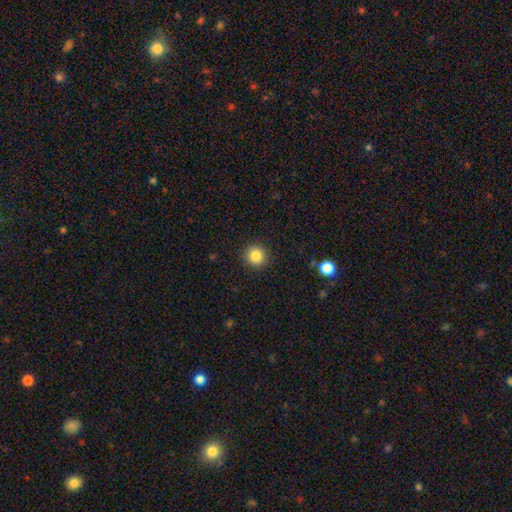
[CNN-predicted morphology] A smooth galaxy with no disk features (84%) that is round (93%).

Vote fractions:
- Smooth or featured? smooth: 84% / star or artifact: 11% / featured or disk: 5%
- How rounded? round: 93% / in between: 6% / cigar-shaped: 1%
- Merging? none: 92% / minor disturbance: 5% / major disturbance: 2% / merger: 1%